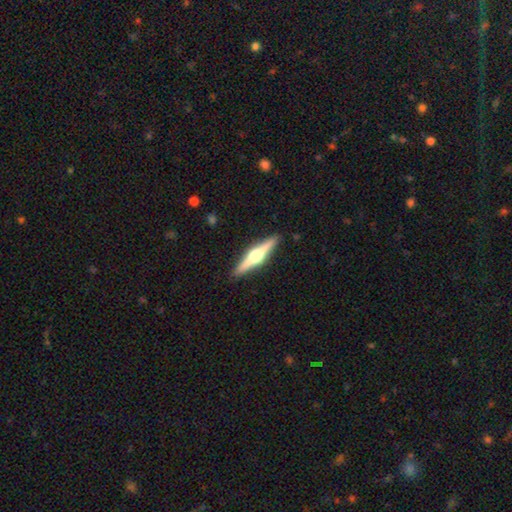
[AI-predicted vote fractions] Smooth or featured: featured or disk — 74% (smooth — 21%)
Edge-on disk: yes — 98% (no — 2%)
Edge-on bulge: rounded — 95% (boxy — 3%)
Merging: none — 91% (minor disturbance — 6%)